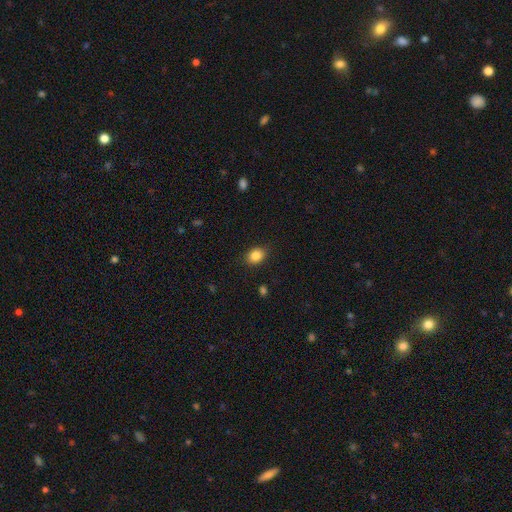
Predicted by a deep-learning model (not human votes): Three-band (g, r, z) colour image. It shows a smooth galaxy with no disk features (85%) that is in between round and cigar-shaped (57%). Merging: none (86%).